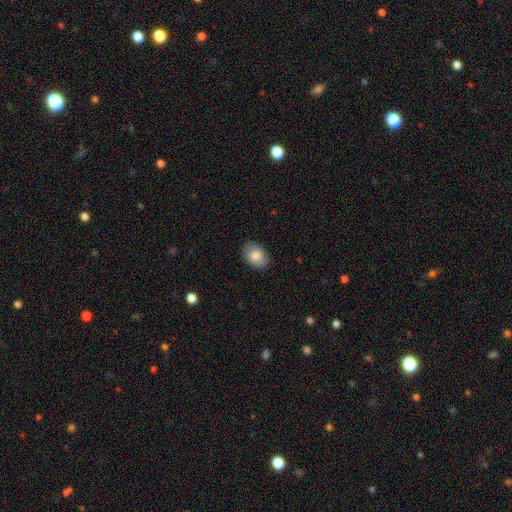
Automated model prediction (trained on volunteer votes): Smooth or featured?
  - smooth: 84% *
  - featured or disk: 9%
  - star or artifact: 7%
How rounded?
  - in between: 79% *
  - round: 20%
  - cigar-shaped: 1%
Merging?
  - none: 86% *
  - minor disturbance: 11%
  - major disturbance: 2%
  - merger: 1%